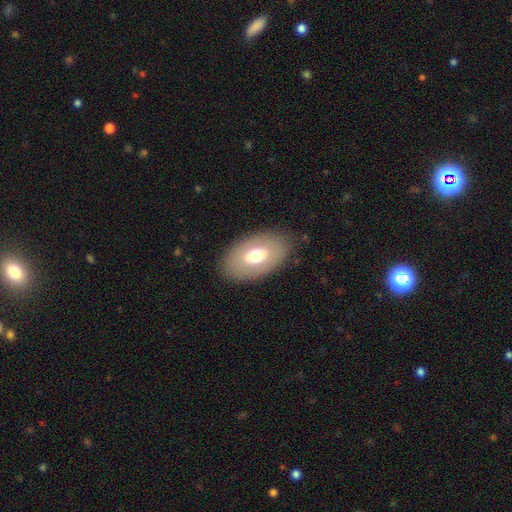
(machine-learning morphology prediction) The model was most divided on "smooth or featured": smooth: 64%, featured or disk: 29%, star or artifact: 7%. More confident: how rounded — in between (92%); merging — none (84%).